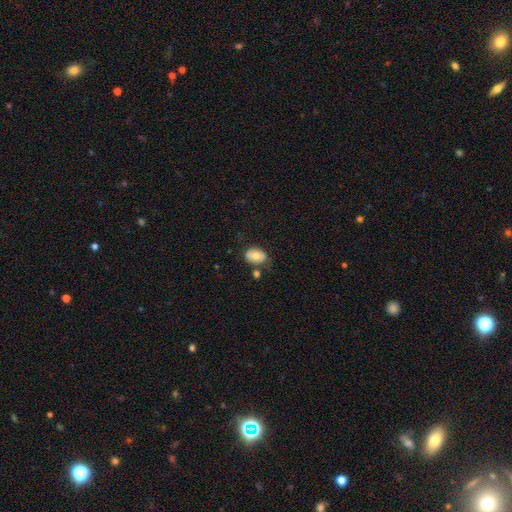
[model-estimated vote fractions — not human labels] Smooth or featured? Predicted: smooth (p=0.67). How rounded? Predicted: in between (p=0.75). Merging? Predicted: none (p=0.62).